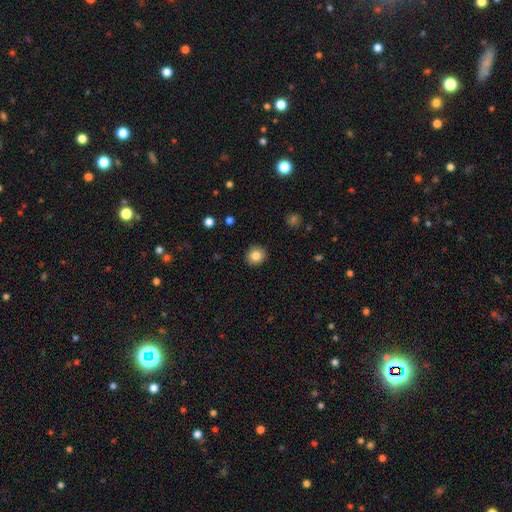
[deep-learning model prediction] This appears to be a smooth galaxy with no disk features (84%) that is round (89%). Merging: none (91%).